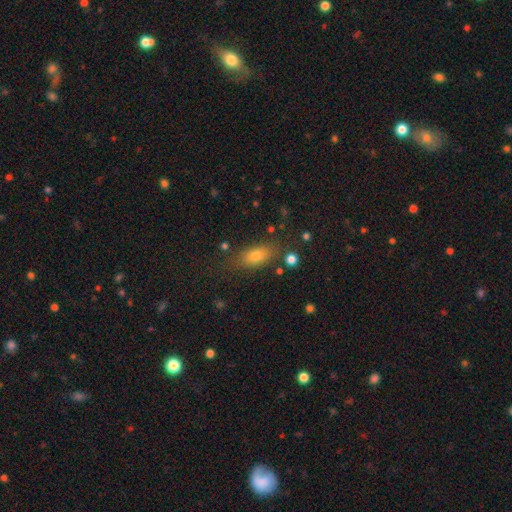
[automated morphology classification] This appears to be a smooth galaxy with no disk features (73%) that is in between round and cigar-shaped (76%). Merging: none (76%).